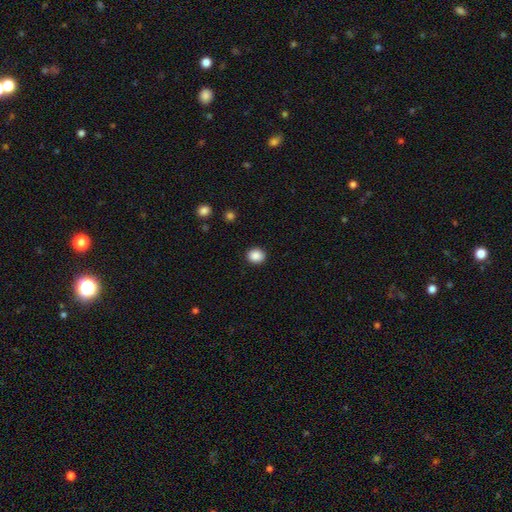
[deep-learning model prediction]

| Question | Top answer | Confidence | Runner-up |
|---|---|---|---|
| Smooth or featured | smooth | 88% | star or artifact (9%) |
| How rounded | round | 74% | in between (25%) |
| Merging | none | 91% | minor disturbance (6%) |